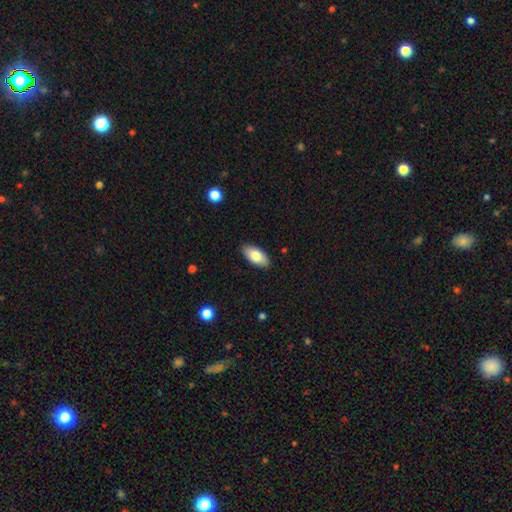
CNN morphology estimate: Smooth or featured: smooth — 81% (featured or disk — 13%)
How rounded: in between — 92% (cigar-shaped — 6%)
Merging: none — 88% (minor disturbance — 9%)